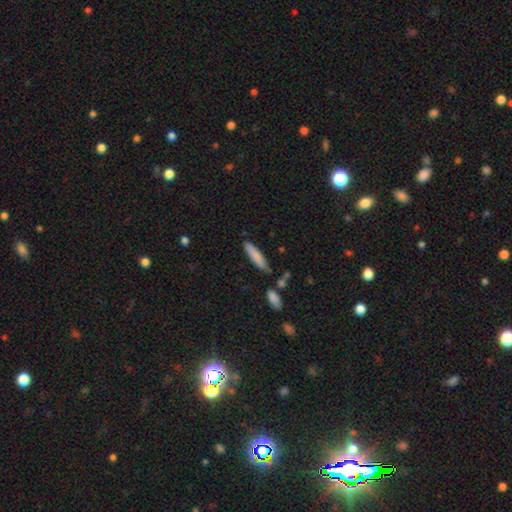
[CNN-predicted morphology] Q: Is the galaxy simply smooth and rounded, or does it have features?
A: smooth — 81%.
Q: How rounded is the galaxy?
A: cigar-shaped — 80%.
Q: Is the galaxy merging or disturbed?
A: none — 78%.